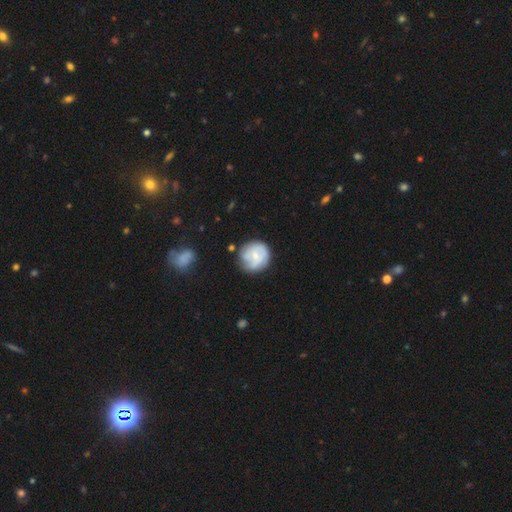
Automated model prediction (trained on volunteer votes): Smooth or featured? Predicted: featured or disk (p=0.48). Merging? Predicted: none (p=0.64).